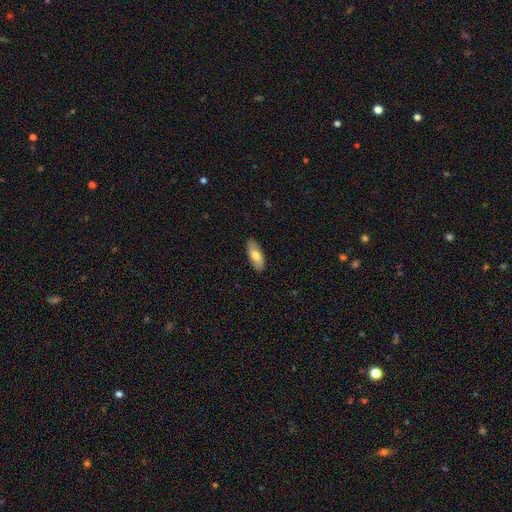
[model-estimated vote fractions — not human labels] Smooth or featured?
  - smooth: 71% *
  - featured or disk: 23%
  - star or artifact: 6%
How rounded?
  - in between: 81% *
  - cigar-shaped: 17%
  - round: 2%
Merging?
  - none: 88% *
  - minor disturbance: 9%
  - major disturbance: 2%
  - merger: 1%